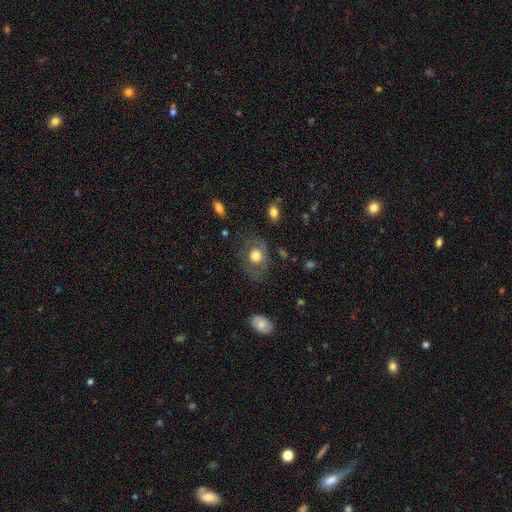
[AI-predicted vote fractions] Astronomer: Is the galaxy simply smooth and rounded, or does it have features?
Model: smooth — 56% (runner-up: featured or disk, 36%).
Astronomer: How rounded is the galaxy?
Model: round — 50% (runner-up: in between, 48%).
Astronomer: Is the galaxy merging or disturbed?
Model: none — 66%.